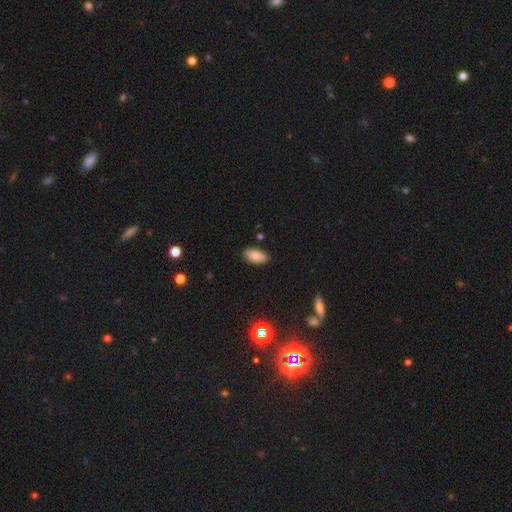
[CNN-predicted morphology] Q: Smooth or featured?
A: smooth (84%); runner-up: star or artifact (9%)
Q: How rounded?
A: in between (92%); runner-up: cigar-shaped (5%)
Q: Merging?
A: none (80%); runner-up: minor disturbance (16%)